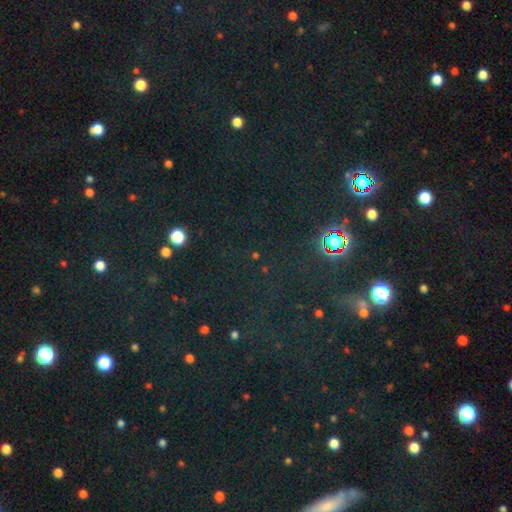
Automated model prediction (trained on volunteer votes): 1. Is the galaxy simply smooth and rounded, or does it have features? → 76% star or artifact, 17% smooth, 7% featured or disk.